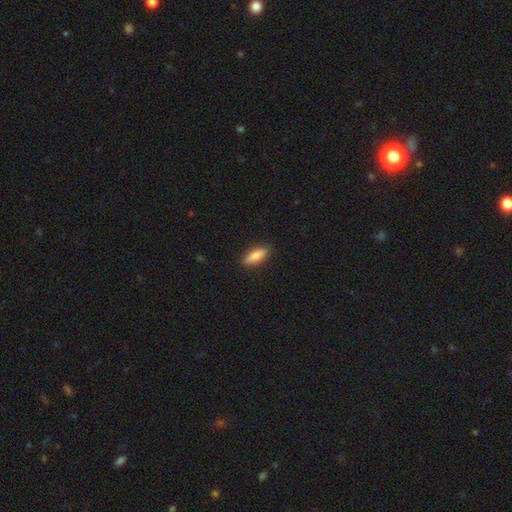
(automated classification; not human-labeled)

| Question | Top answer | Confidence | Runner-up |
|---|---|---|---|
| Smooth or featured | smooth | 74% | featured or disk (19%) |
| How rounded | in between | 53% | cigar-shaped (45%) |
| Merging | none | 88% | minor disturbance (9%) |